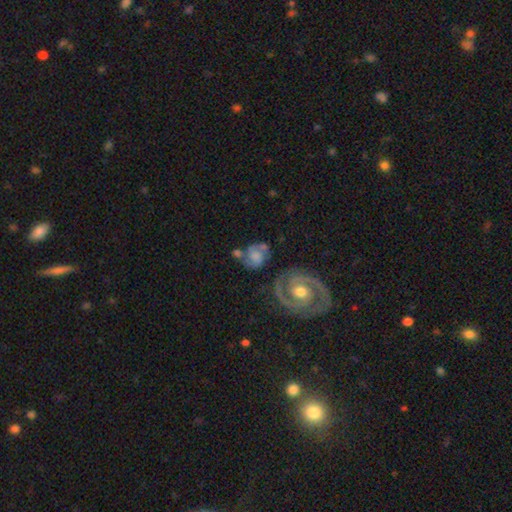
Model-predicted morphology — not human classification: type=featured or disk (63%); edge-on=no (97%); bar=no (59%); spiral arms=yes (89%); winding=medium (48%); arm count=2 (82%); bulge=moderate (39%); merging=none (53%).